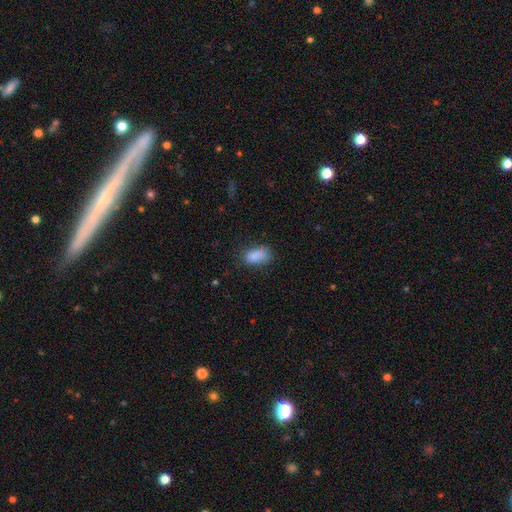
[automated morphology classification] type=smooth (84%); roundness=in between (91%); merging=none (64%).